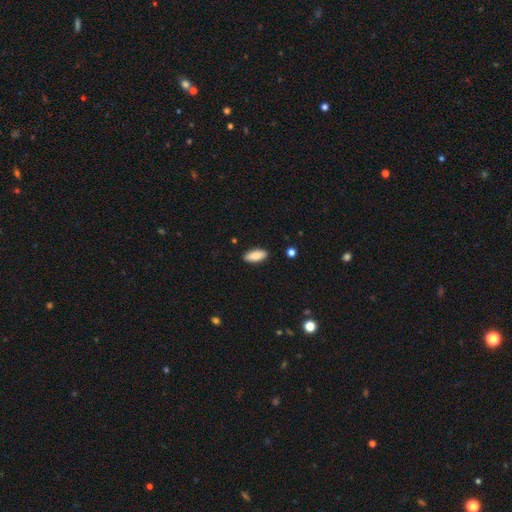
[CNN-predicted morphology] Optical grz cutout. It shows a smooth galaxy with no disk features (87%) that is in between round and cigar-shaped (82%). Merging: none (89%).